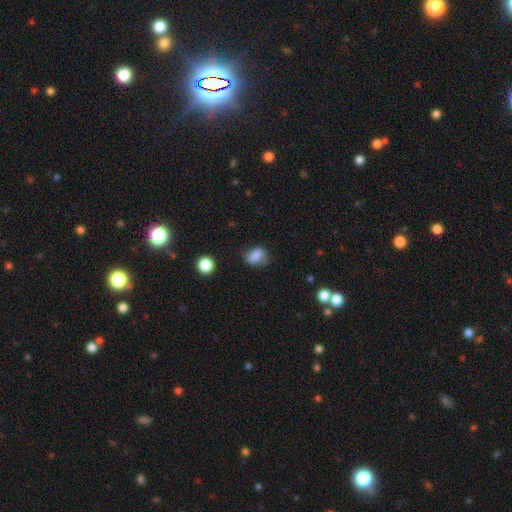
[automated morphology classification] The model was most divided on "how rounded": in between: 62%, round: 36%, cigar-shaped: 2%. More confident: smooth or featured — smooth (82%); merging — none (60%).